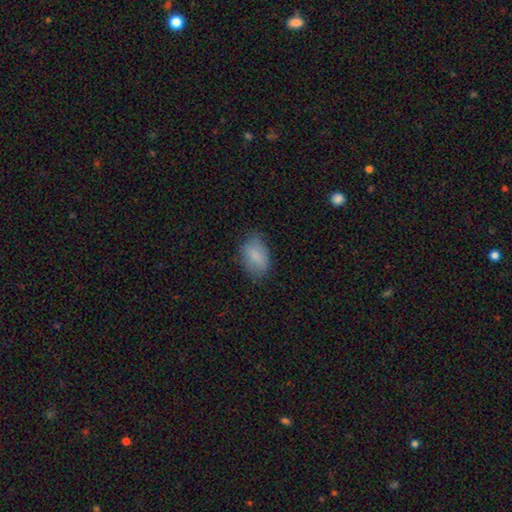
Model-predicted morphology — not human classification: type=smooth (83%); roundness=in between (91%); merging=none (74%).